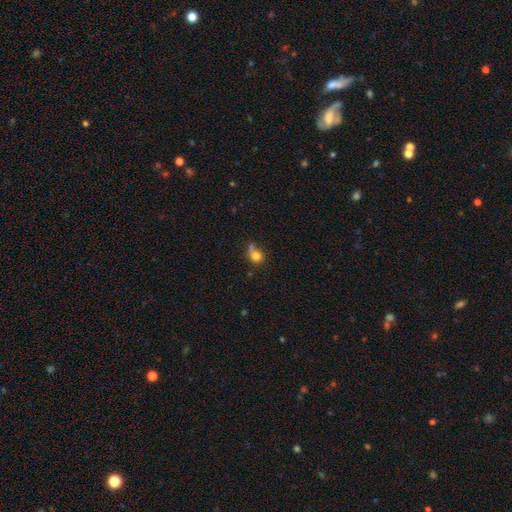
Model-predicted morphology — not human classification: A smooth galaxy with no disk features (76%) that is round (78%).

Vote fractions:
- Smooth or featured? smooth: 76% / featured or disk: 13% / star or artifact: 11%
- How rounded? round: 78% / in between: 20% / cigar-shaped: 1%
- Merging? none: 43% / merger: 24% / minor disturbance: 18% / major disturbance: 15%